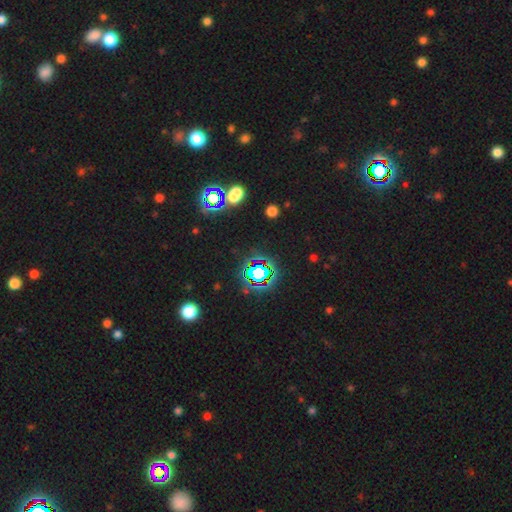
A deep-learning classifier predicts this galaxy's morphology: smooth-or-featured: star or artifact: 79% | smooth: 13% | featured or disk: 8%